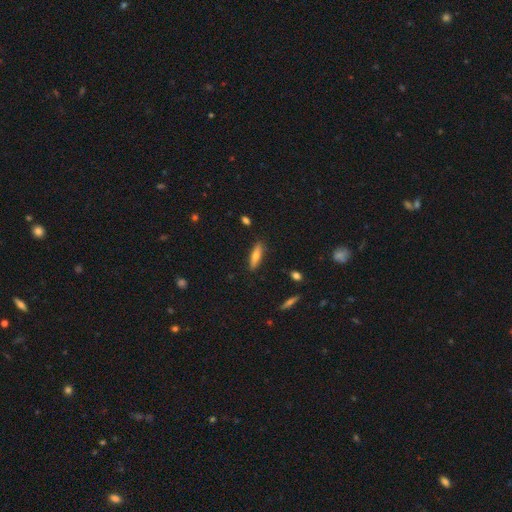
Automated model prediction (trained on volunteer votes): Smooth or featured? smooth (64%)
How rounded? cigar-shaped (71%)
Merging? none (88%)